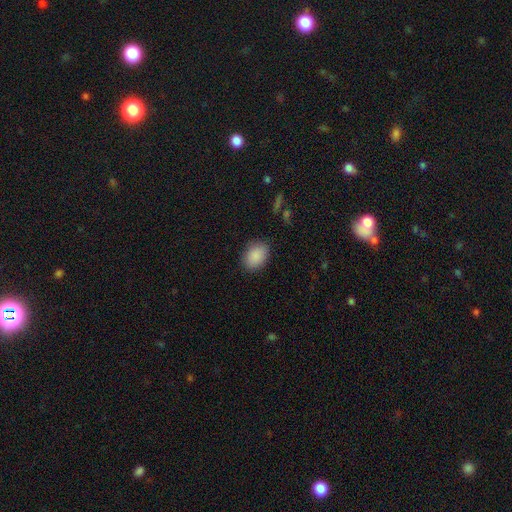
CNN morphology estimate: smooth 89%, star or artifact 7%, featured or disk 4%. Down the decision tree: how rounded — in between (77%); merging — none (85%).